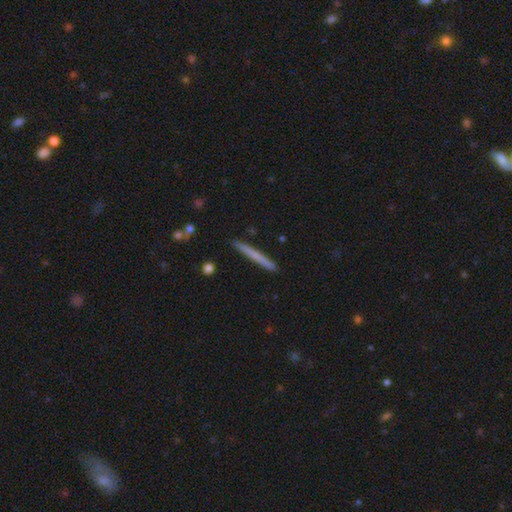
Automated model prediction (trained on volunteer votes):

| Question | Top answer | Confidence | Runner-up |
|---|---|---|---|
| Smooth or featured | smooth | 61% | featured or disk (33%) |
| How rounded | cigar-shaped | 97% | in between (2%) |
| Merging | none | 91% | minor disturbance (6%) |